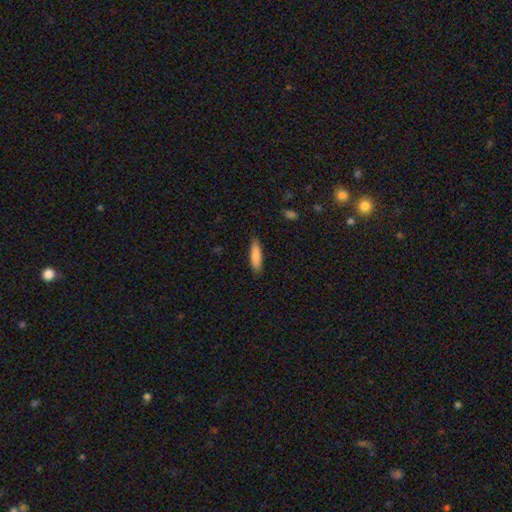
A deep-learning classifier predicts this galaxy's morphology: type=smooth (85%); roundness=cigar-shaped (70%); merging=none (88%).